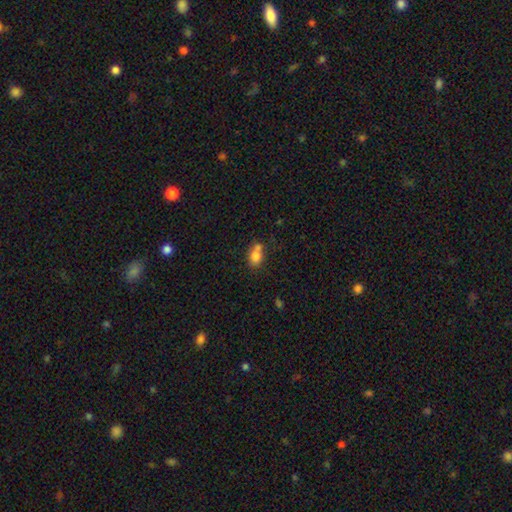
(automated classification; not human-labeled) The model was most divided on "merging": none: 41%, merger: 38%, minor disturbance: 15%, major disturbance: 6%. More confident: smooth or featured — smooth (76%); how rounded — in between (61%).